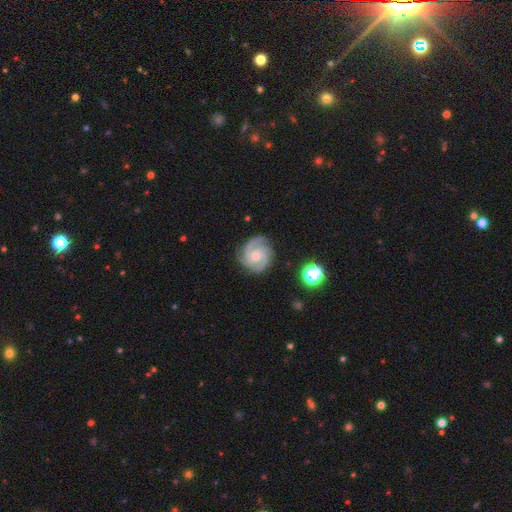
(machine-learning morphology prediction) The model was most divided on "bulge size": moderate: 59%, small: 36%, large: 2%, none: 2%, dominant: 1%. More confident: spiral arms — yes (98%); edge-on disk — no (98%); smooth or featured — featured or disk (90%); merging — none (80%); bar — no (65%); spiral winding — tight (61%); spiral arm count — 3 (59%).